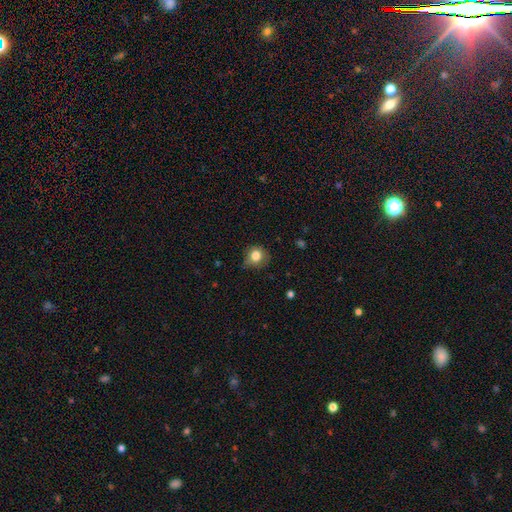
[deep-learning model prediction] Q: Smooth or featured?
A: smooth (81%); runner-up: star or artifact (10%)
Q: How rounded?
A: round (86%); runner-up: in between (13%)
Q: Merging?
A: none (68%); runner-up: minor disturbance (25%)